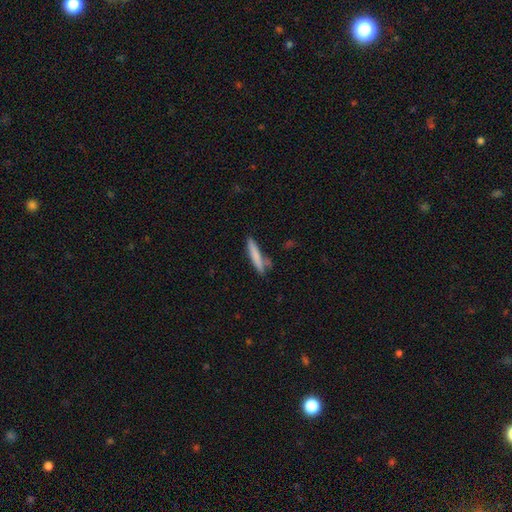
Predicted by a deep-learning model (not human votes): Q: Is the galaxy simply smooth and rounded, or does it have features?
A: smooth — 76%.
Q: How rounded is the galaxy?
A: cigar-shaped — 91%.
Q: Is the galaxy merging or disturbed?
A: none — 73%.